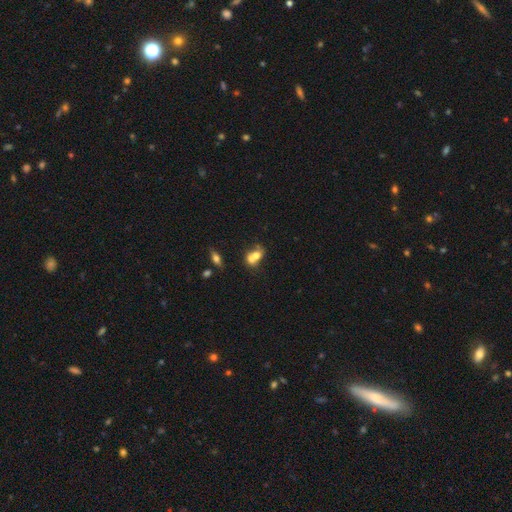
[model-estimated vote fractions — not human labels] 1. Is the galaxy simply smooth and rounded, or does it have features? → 64% smooth, 26% featured or disk, 10% star or artifact.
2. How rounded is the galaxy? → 59% in between, 38% round, 3% cigar-shaped.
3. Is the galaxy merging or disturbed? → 68% merger, 21% none, 7% minor disturbance, 4% major disturbance.